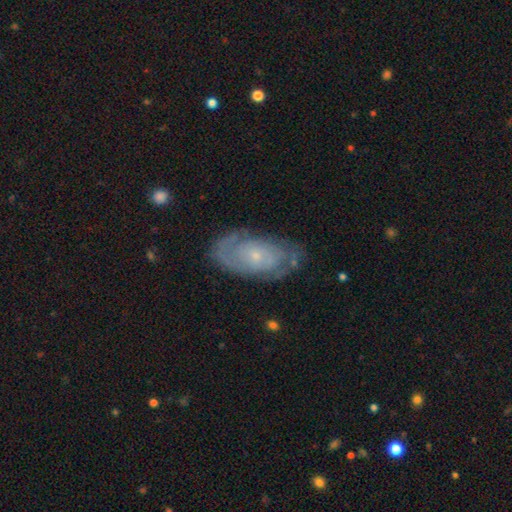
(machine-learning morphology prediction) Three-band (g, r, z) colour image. It shows a featured or disk galaxy (75%) with no bar (79%), 2 (42%) tight (63%) spiral arms (85%) and a small central bulge (79%). Merging: none (70%).